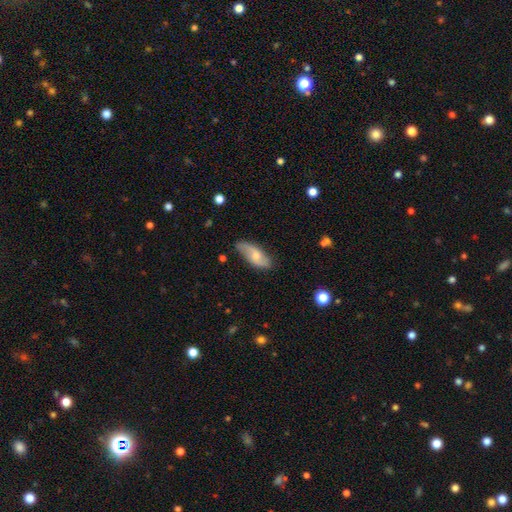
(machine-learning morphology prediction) Smooth or featured: smooth — 52% (featured or disk — 42%)
How rounded: in between — 81% (cigar-shaped — 16%)
Merging: none — 71% (minor disturbance — 23%)